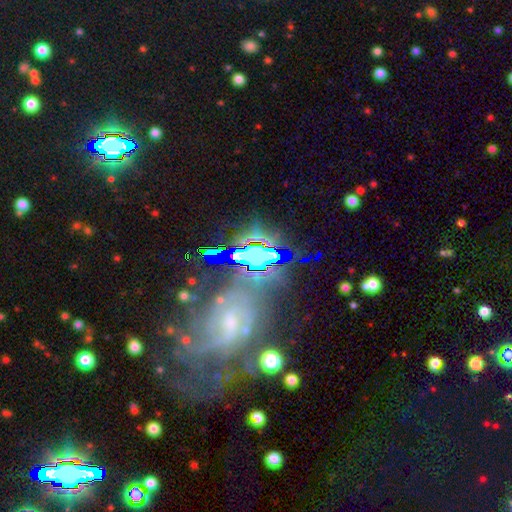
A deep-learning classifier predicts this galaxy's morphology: This appears to be a star or artifact, not a galaxy (61%).